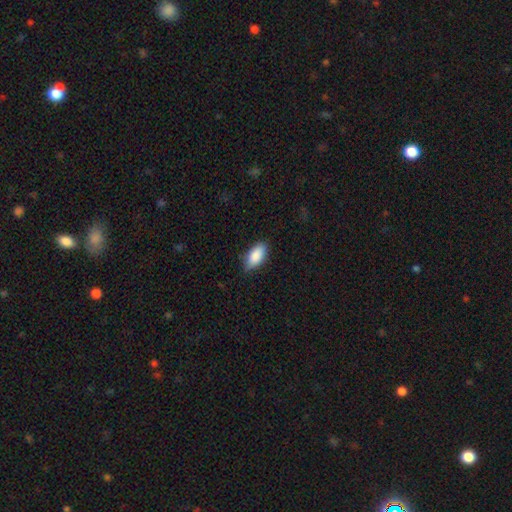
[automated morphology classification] Smooth or featured?
  - smooth: 87% *
  - featured or disk: 7%
  - star or artifact: 6%
How rounded?
  - in between: 91% *
  - cigar-shaped: 7%
  - round: 3%
Merging?
  - none: 78% *
  - minor disturbance: 18%
  - major disturbance: 3%
  - merger: 1%